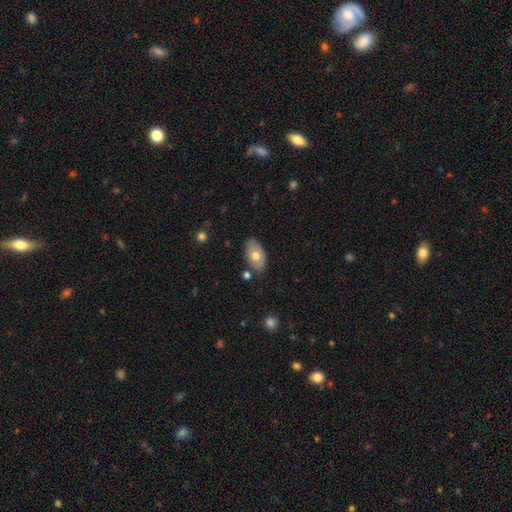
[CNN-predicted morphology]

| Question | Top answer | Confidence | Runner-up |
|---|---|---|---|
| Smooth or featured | smooth | 66% | featured or disk (27%) |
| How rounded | in between | 92% | round (6%) |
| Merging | none | 79% | minor disturbance (14%) |